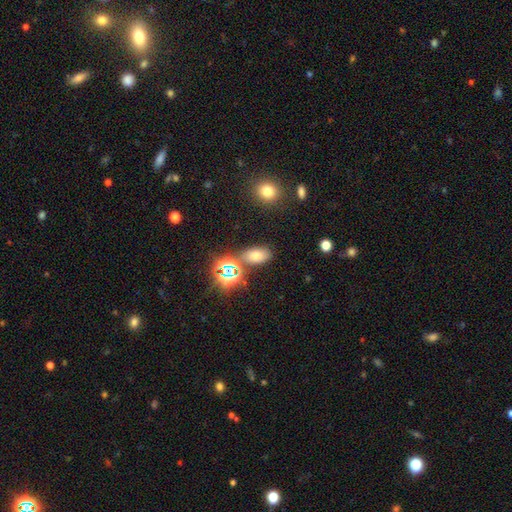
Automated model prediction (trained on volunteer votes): Q: Smooth or featured?
A: smooth (64%); runner-up: star or artifact (27%)
Q: How rounded?
A: in between (87%); runner-up: round (10%)
Q: Merging?
A: none (77%); runner-up: minor disturbance (11%)